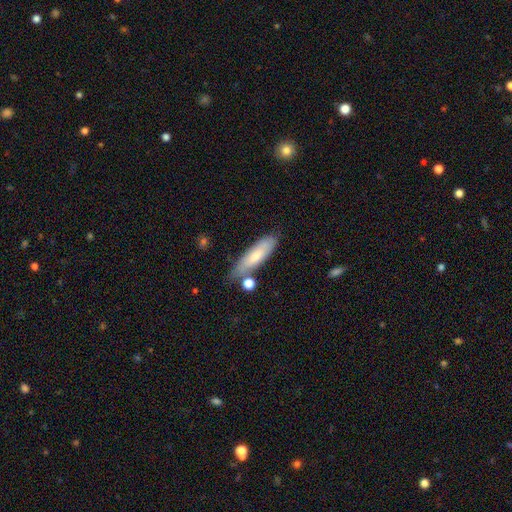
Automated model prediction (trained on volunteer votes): This appears to be a smooth galaxy with no disk features (71%) that is cigar-shaped (59%). Merging: none (65%).